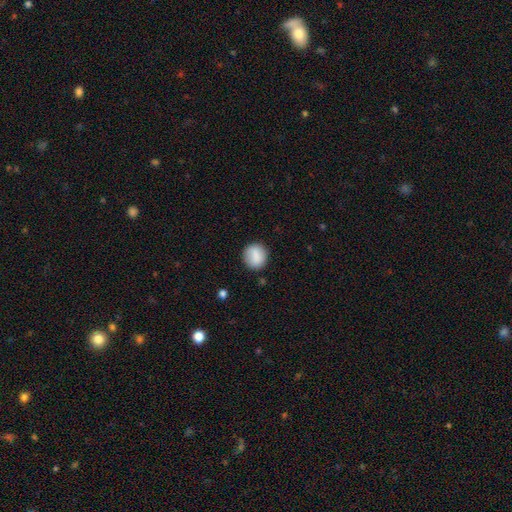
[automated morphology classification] Smooth or featured? Predicted: smooth (p=0.84). How rounded? Predicted: round (p=0.80). Merging? Predicted: none (p=0.84).